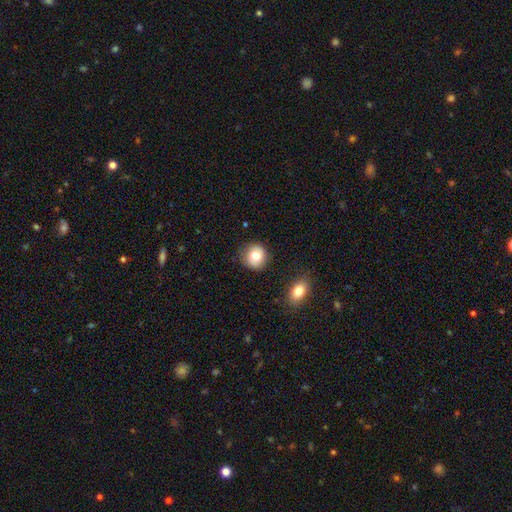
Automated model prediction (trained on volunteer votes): smooth 78%, featured or disk 12%, star or artifact 9%. Down the decision tree: how rounded — round (88%); merging — none (83%).